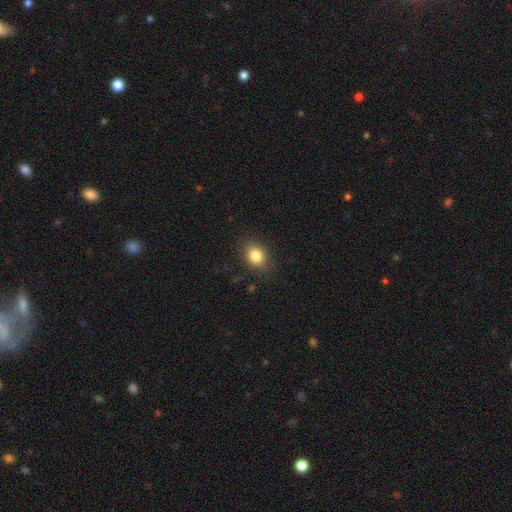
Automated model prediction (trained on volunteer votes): smooth 83%, star or artifact 10%, featured or disk 7%. Down the decision tree: how rounded — in between (59%); merging — none (85%).